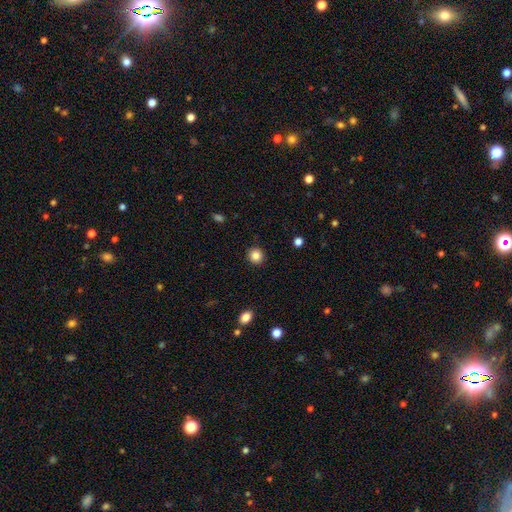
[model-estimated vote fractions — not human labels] This is clearly a smooth galaxy (85%). How rounded: clearly round (91%). Merging: clearly none (91%).